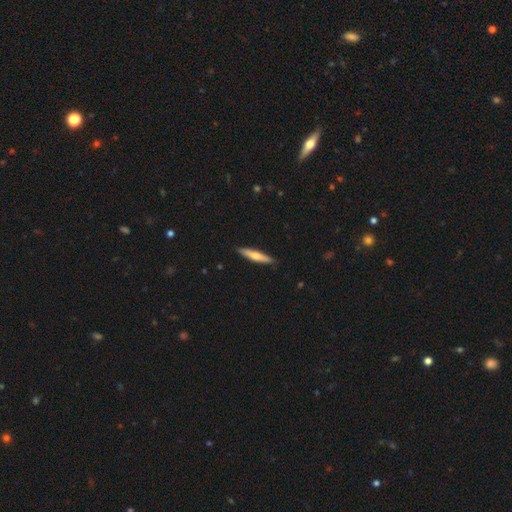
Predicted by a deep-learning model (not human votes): A smooth galaxy with no disk features (56%) that is cigar-shaped (89%). Merging: none (90%).